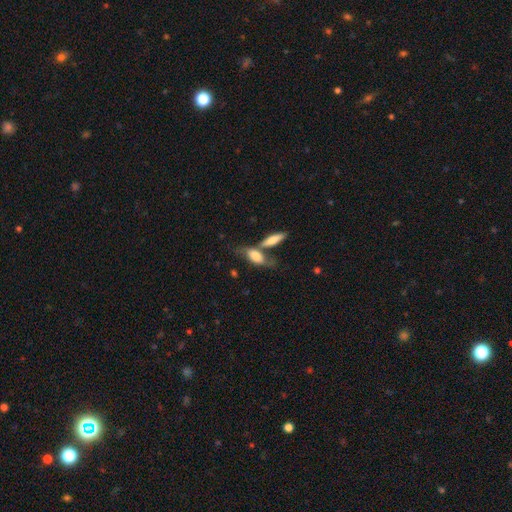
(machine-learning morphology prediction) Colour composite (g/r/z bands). It shows a smooth galaxy with no disk features (70%) that is in between round and cigar-shaped (74%). Merging: merger (43%).